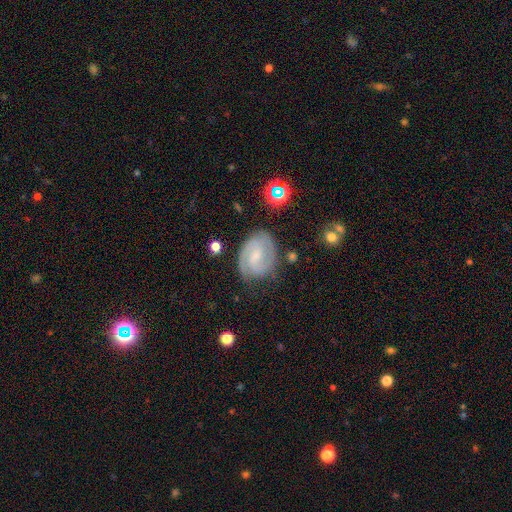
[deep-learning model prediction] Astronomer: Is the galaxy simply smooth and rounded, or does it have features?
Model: featured or disk — 76%.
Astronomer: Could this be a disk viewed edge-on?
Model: no — 98%.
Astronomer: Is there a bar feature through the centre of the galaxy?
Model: weak — 56%.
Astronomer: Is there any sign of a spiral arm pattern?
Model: yes — 94%.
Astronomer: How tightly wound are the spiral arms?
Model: tight — 47% (runner-up: medium, 42%).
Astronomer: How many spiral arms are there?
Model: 2 — 77%.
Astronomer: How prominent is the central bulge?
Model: small — 54%.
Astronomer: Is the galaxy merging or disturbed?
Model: none — 73%.